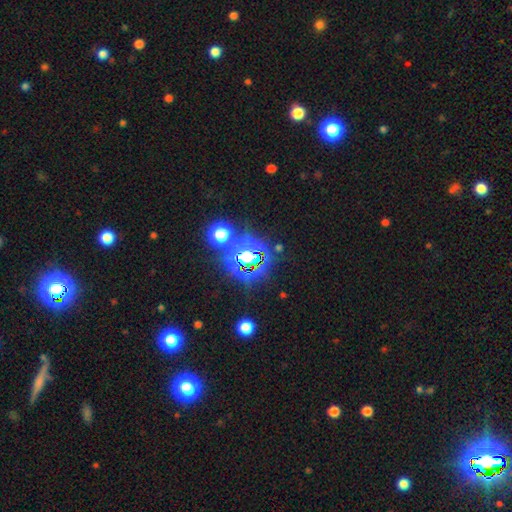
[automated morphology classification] smooth_or_featured: star or artifact (p=0.75) [alt: smooth p=0.16]